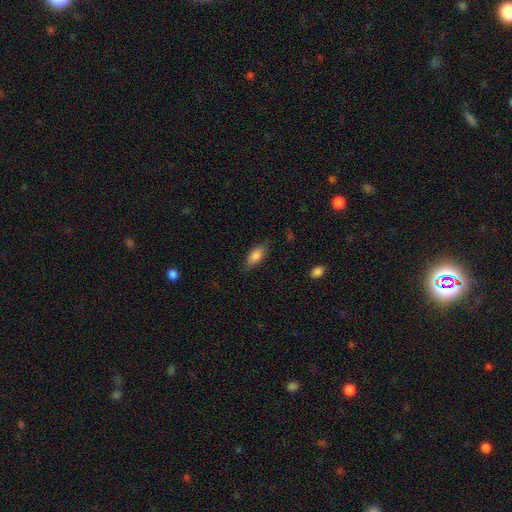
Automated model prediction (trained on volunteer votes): smooth-or-featured: smooth: 82% | featured or disk: 11% | star or artifact: 7%
  how-rounded: in between: 81% | cigar-shaped: 16% | round: 3%
  merging: none: 78% | minor disturbance: 16% | major disturbance: 4% | merger: 1%